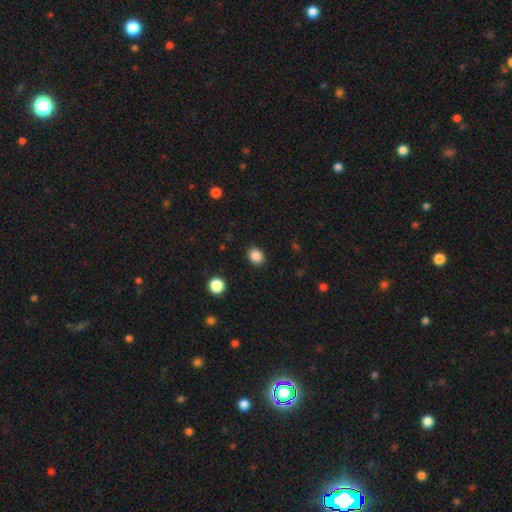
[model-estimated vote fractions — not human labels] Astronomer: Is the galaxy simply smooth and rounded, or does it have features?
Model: smooth — 86%.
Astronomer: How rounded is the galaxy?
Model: round — 53% (runner-up: in between, 46%).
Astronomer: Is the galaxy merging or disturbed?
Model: none — 89%.